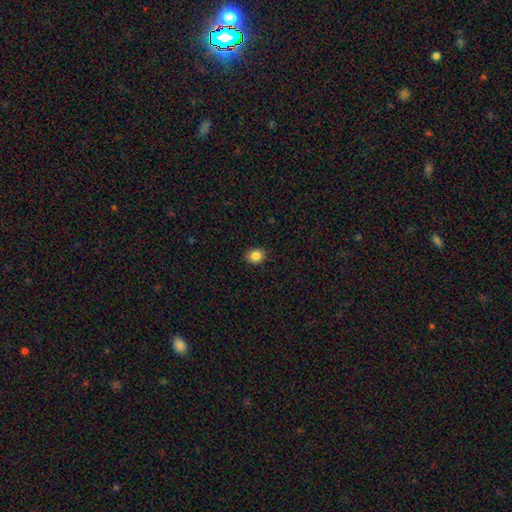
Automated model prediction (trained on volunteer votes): Smooth or featured: smooth — 85% (star or artifact — 10%)
How rounded: round — 63% (in between — 36%)
Merging: none — 89% (minor disturbance — 9%)